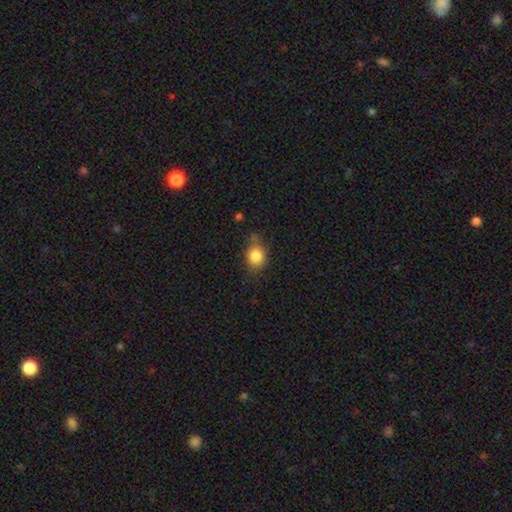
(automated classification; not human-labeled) A smooth galaxy with no disk features (84%) that is round (66%). Merging: none (64%).